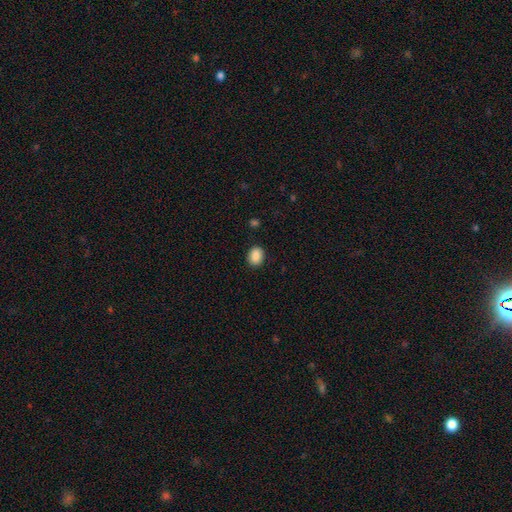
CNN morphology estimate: This is clearly a smooth galaxy (88%). How rounded: possibly in between (56%). Merging: clearly none (88%).